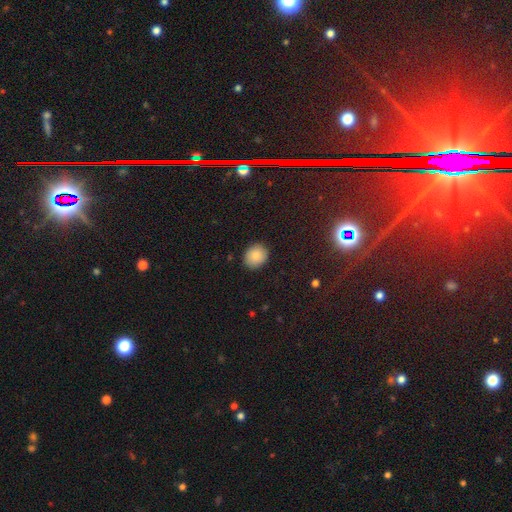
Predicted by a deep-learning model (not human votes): Q: Smooth or featured?
A: smooth (85%); runner-up: star or artifact (9%)
Q: How rounded?
A: round (71%); runner-up: in between (28%)
Q: Merging?
A: none (89%); runner-up: minor disturbance (8%)